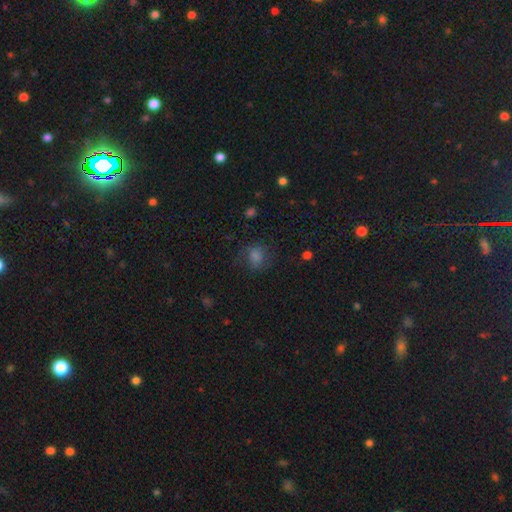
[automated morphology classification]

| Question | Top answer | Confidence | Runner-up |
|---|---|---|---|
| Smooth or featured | smooth | 62% | star or artifact (24%) |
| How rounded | round | 67% | in between (32%) |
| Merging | none | 68% | minor disturbance (18%) |